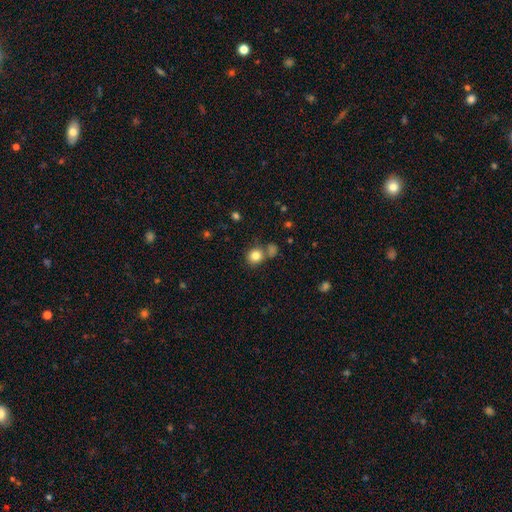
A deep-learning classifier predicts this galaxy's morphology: Smooth or featured: smooth — 83% (star or artifact — 11%)
How rounded: round — 83% (in between — 16%)
Merging: none — 67% (merger — 19%)